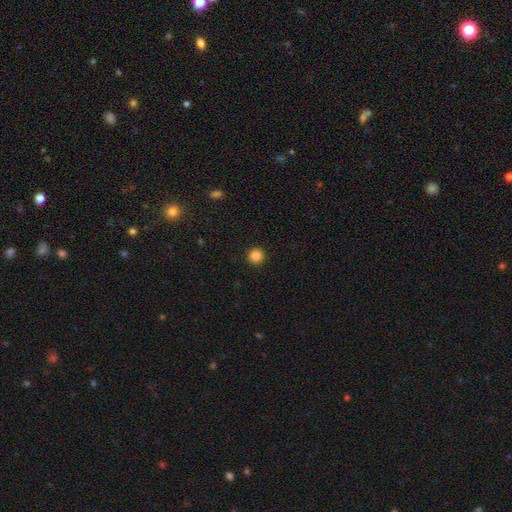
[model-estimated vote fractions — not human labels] smooth_or_featured: smooth (p=0.86) [alt: star or artifact p=0.11]
how_rounded: round (p=0.96) [alt: in between p=0.03]
merging: none (p=0.93) [alt: minor disturbance p=0.04]